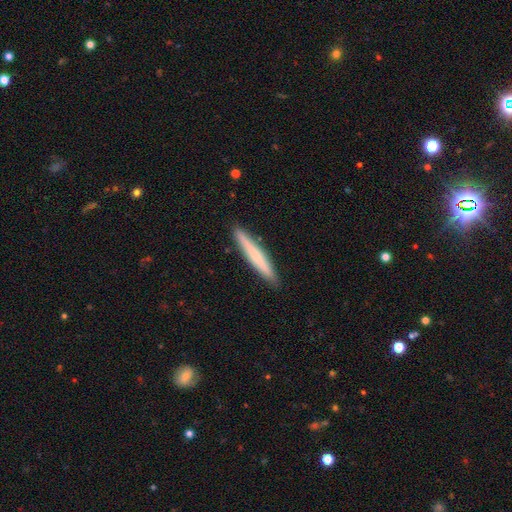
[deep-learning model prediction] Smooth or featured? smooth (66%)
How rounded? cigar-shaped (95%)
Merging? none (91%)